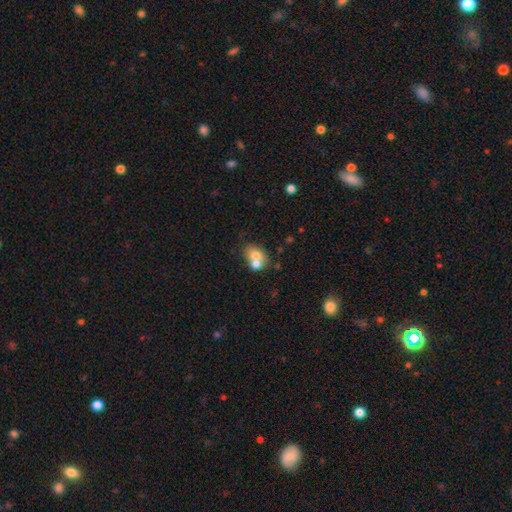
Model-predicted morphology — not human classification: type=smooth (68%); roundness=in between (51%); merging=merger (57%).